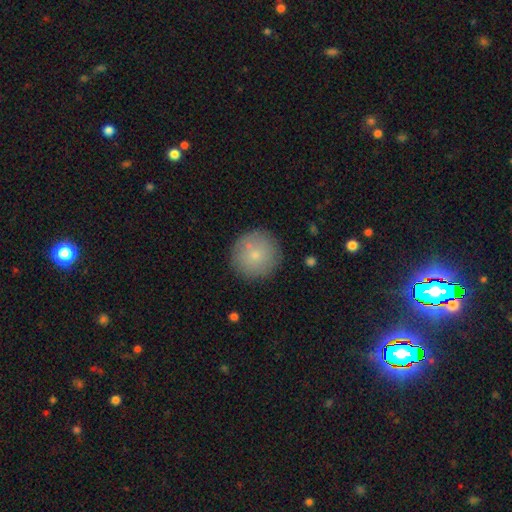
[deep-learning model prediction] smooth_or_featured: smooth (p=0.77) [alt: featured or disk p=0.14]
how_rounded: round (p=0.96) [alt: in between p=0.03]
merging: none (p=0.85) [alt: minor disturbance p=0.09]